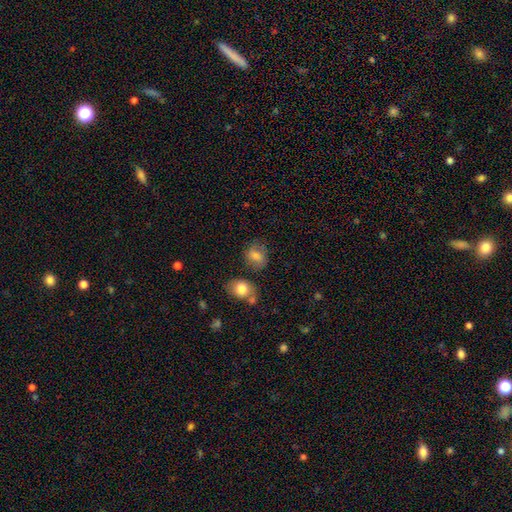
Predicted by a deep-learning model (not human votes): Smooth or featured: smooth — 76% (featured or disk — 14%)
How rounded: in between — 53% (round — 45%)
Merging: none — 59% (minor disturbance — 24%)